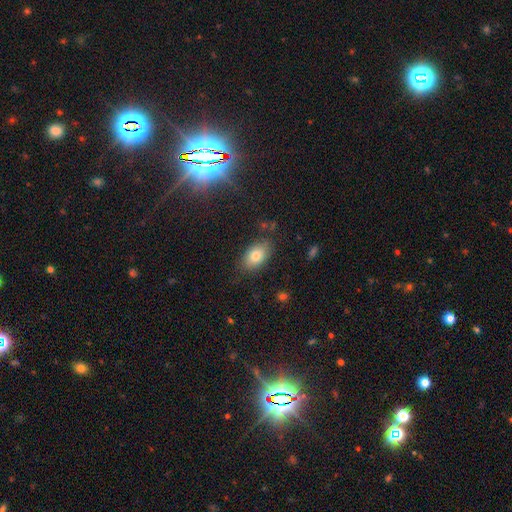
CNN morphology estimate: smooth-or-featured: smooth: 80% | featured or disk: 11% | star or artifact: 8%
  how-rounded: in between: 90% | round: 8% | cigar-shaped: 2%
  merging: none: 81% | minor disturbance: 14% | major disturbance: 4% | merger: 2%